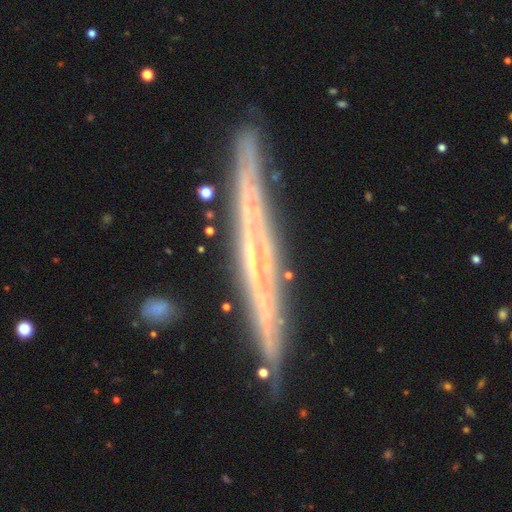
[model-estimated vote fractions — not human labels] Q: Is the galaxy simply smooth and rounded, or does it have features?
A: featured or disk — 73%.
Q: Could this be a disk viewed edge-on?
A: yes — 90%.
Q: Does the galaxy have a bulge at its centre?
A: none — 80%.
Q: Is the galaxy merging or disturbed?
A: none — 84%.